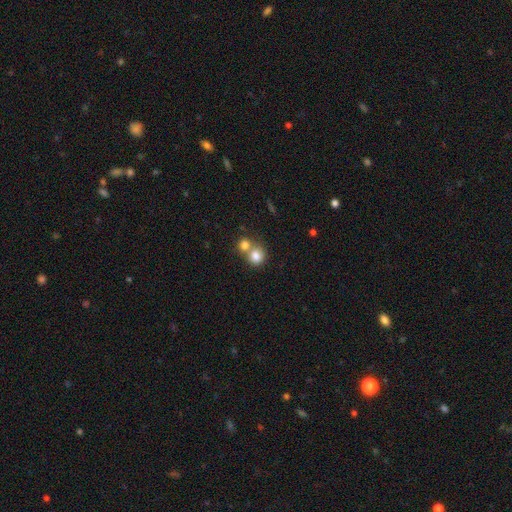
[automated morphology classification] Smooth or featured: smooth — 80% (featured or disk — 10%)
How rounded: round — 81% (in between — 18%)
Merging: merger — 52% (none — 39%)